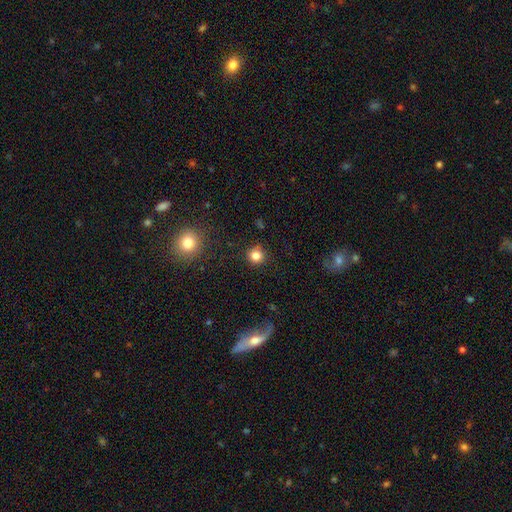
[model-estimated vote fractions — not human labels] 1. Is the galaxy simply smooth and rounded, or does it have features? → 82% smooth, 13% star or artifact, 5% featured or disk.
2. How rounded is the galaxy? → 94% round, 5% in between, 1% cigar-shaped.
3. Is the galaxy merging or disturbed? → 91% none, 6% minor disturbance, 2% major disturbance, 1% merger.